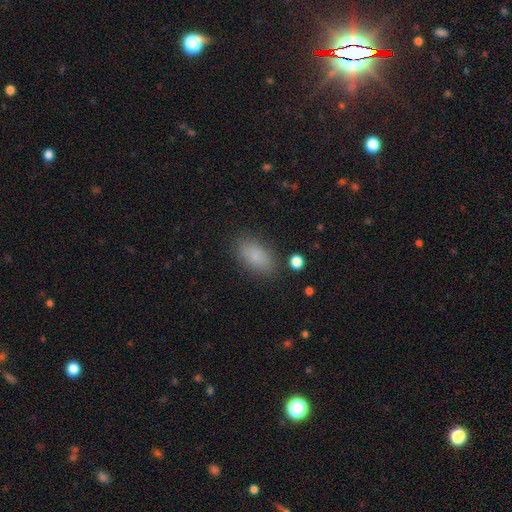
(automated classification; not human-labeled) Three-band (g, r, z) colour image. It shows a smooth galaxy with no disk features (83%) that is in between round and cigar-shaped (90%). Merging: none (83%).